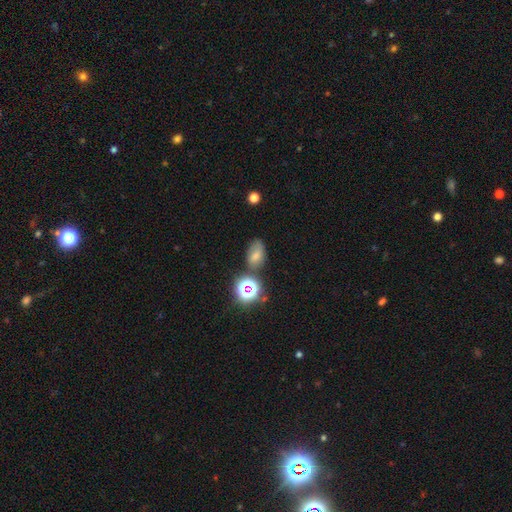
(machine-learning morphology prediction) Smooth or featured: smooth — 63% (star or artifact — 21%)
How rounded: in between — 80% (round — 18%)
Merging: none — 59% (minor disturbance — 24%)